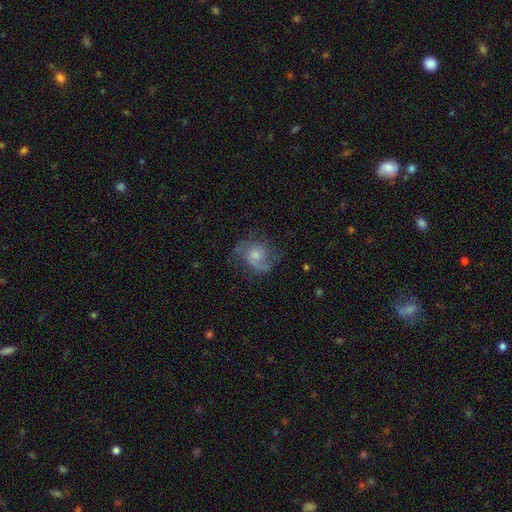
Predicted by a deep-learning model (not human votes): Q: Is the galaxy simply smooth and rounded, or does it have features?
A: featured or disk — 55%.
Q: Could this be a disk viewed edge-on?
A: no — 97%.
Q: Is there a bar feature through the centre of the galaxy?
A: no — 76%.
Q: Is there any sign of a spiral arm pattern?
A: yes — 79%.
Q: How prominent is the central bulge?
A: moderate — 44%.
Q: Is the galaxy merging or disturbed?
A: none — 46%.